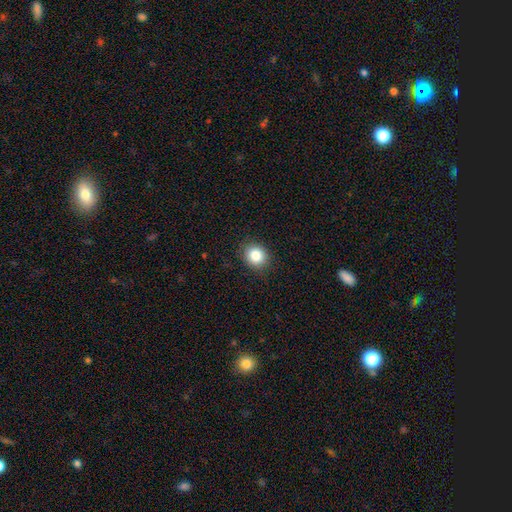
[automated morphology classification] Smooth or featured?
  - smooth: 84% *
  - star or artifact: 10%
  - featured or disk: 6%
How rounded?
  - round: 76% *
  - in between: 23%
  - cigar-shaped: 1%
Merging?
  - none: 89% *
  - minor disturbance: 8%
  - major disturbance: 2%
  - merger: 1%